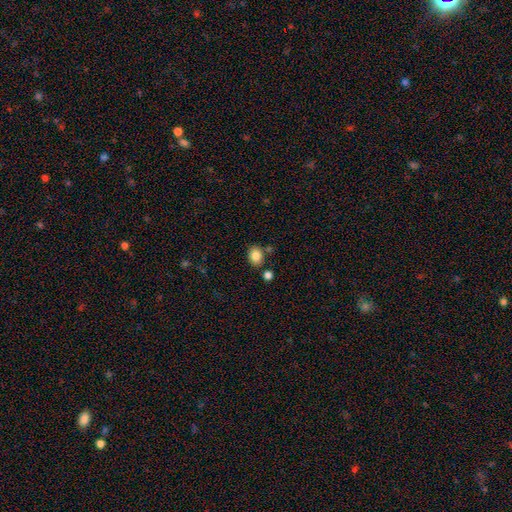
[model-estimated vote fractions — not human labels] This is clearly a smooth galaxy (84%). How rounded: possibly in between (54%). Merging: likely none (79%).